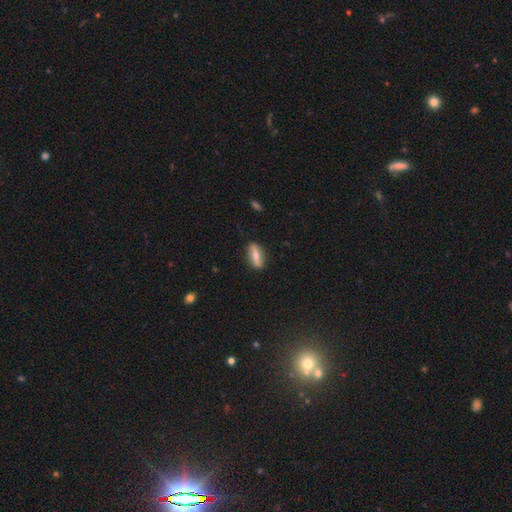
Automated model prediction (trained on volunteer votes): Smooth or featured: smooth — 50% (featured or disk — 44%)
Merging: none — 86% (minor disturbance — 10%)